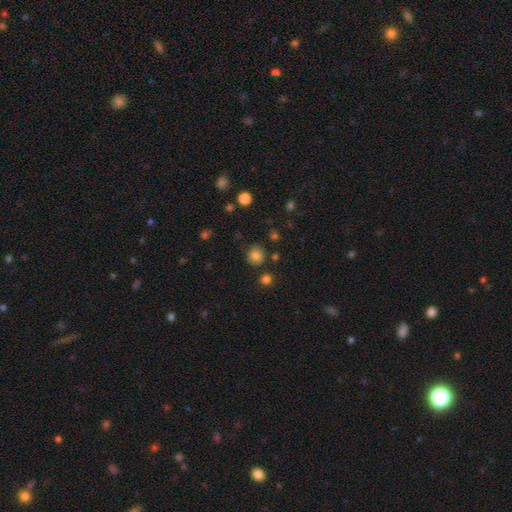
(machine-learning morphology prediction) Smooth or featured: smooth — 82% (star or artifact — 13%)
How rounded: round — 92% (in between — 7%)
Merging: none — 85% (minor disturbance — 8%)